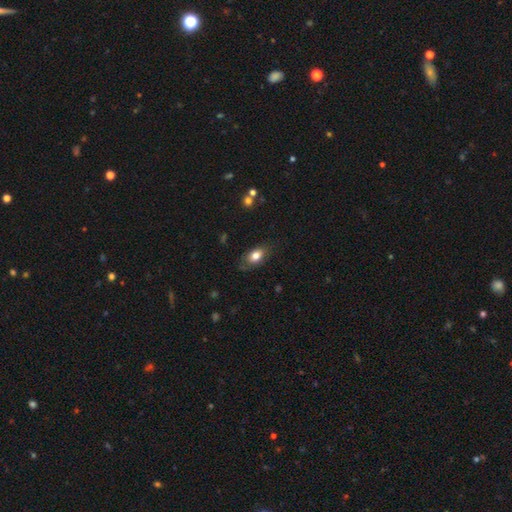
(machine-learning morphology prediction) Smooth or featured? Predicted: smooth (p=0.76). How rounded? Predicted: in between (p=0.86). Merging? Predicted: none (p=0.71).